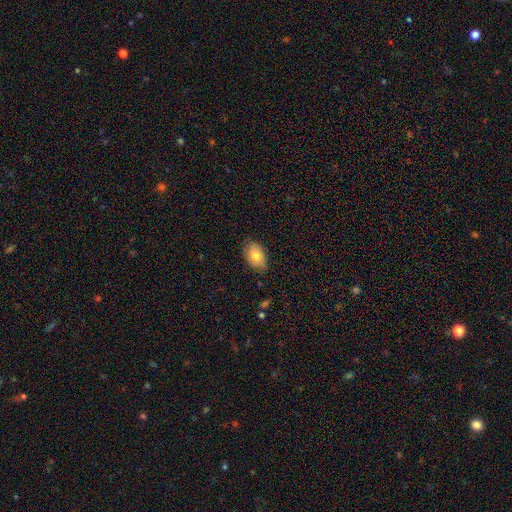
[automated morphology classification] smooth_or_featured: smooth (p=0.76) [alt: featured or disk p=0.17]
how_rounded: in between (p=0.88) [alt: round p=0.10]
merging: none (p=0.74) [alt: minor disturbance p=0.21]